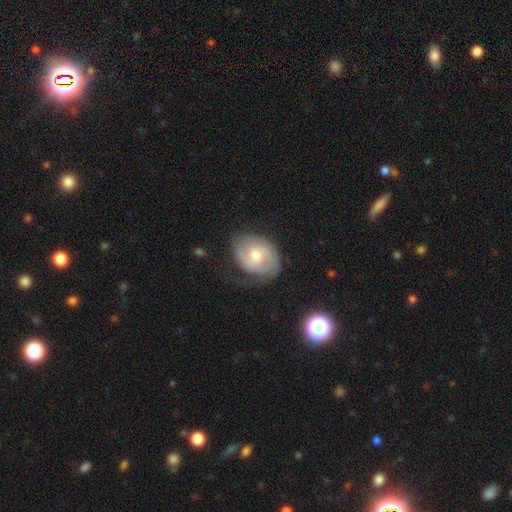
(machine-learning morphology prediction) type=featured or disk (73%); edge-on=no (97%); bar=no (53%); spiral arms=yes (91%); winding=tight (45%); arm count=2 (68%); bulge=moderate (62%); merging=none (64%).